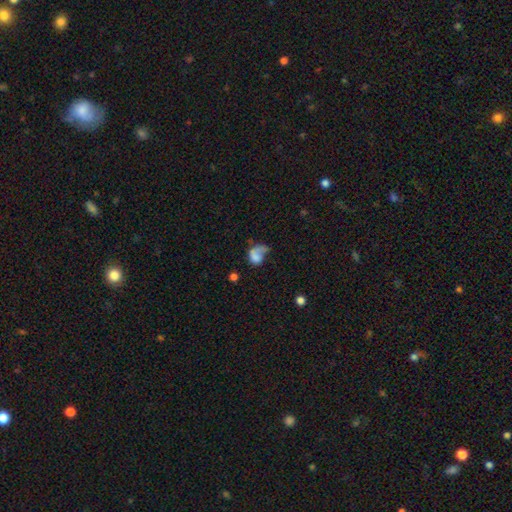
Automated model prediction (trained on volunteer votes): The model was most divided on "merging": major disturbance: 49%, none: 21%, minor disturbance: 17%, merger: 12%. More confident: how rounded — in between (69%); smooth or featured — smooth (59%).